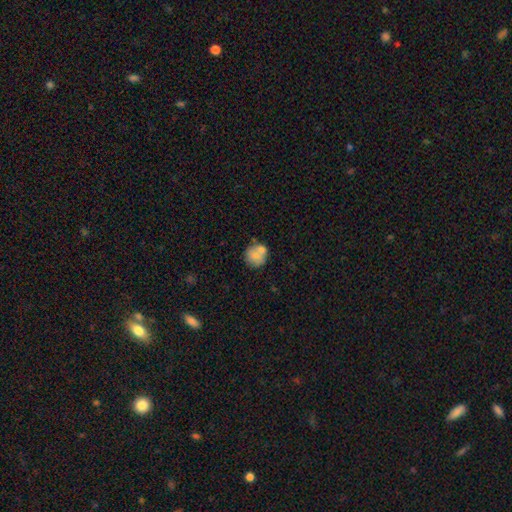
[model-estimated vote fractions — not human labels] Smooth or featured? Predicted: smooth (p=0.71). How rounded? Predicted: round (p=0.87). Merging? Predicted: none (p=0.54).